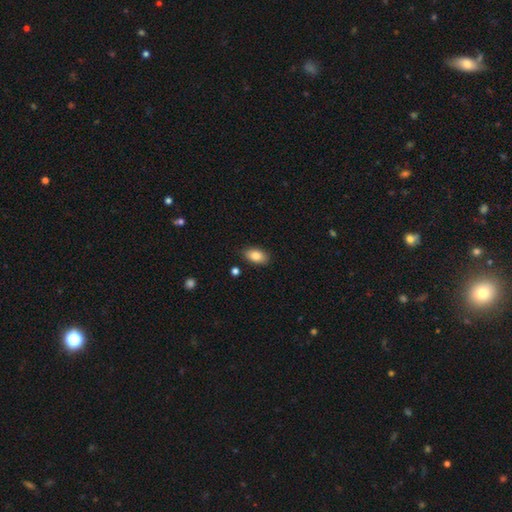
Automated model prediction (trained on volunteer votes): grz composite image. It shows a smooth galaxy with no disk features (85%) that is in between round and cigar-shaped (92%). Merging: none (85%).